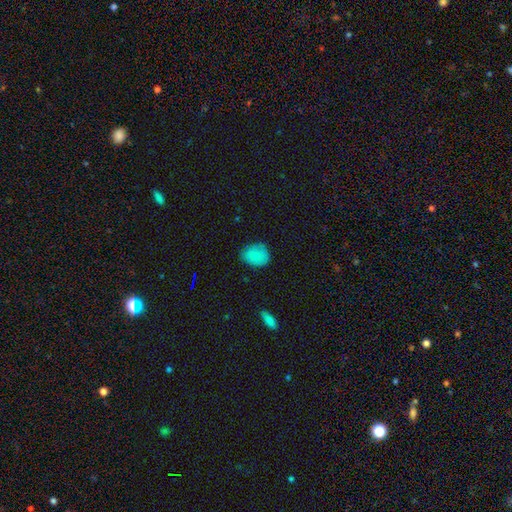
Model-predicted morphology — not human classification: This appears to be a smooth galaxy with no disk features (81%) that is round (57%). Merging: none (70%).